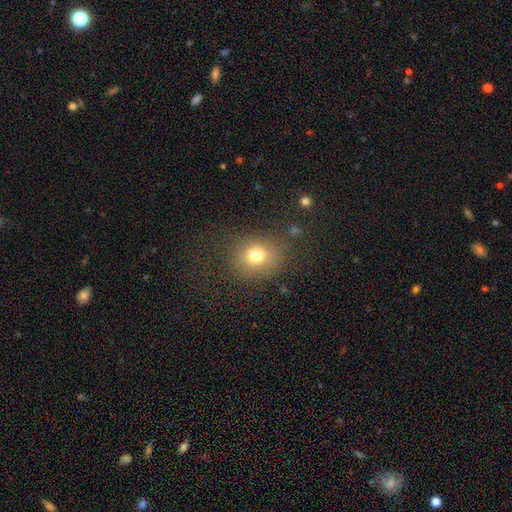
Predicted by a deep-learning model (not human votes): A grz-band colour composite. It shows a smooth galaxy with no disk features (75%) that is round (71%). Merging: none (77%).